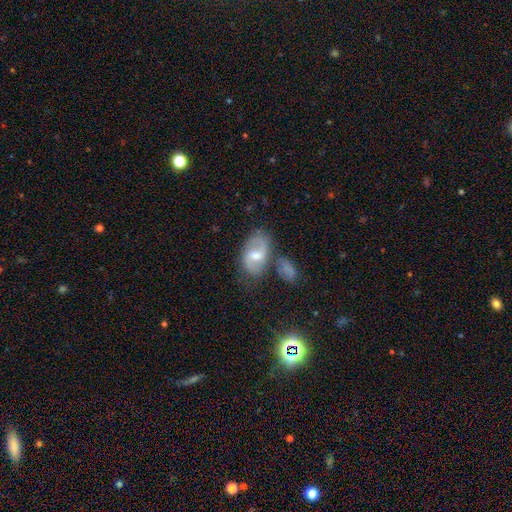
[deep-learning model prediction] Smooth or featured? Predicted: featured or disk (p=0.66). Edge-on disk? Predicted: no (p=0.95). Bar? Predicted: weak (p=0.54). Spiral arms? Predicted: yes (p=0.85). Spiral winding? Predicted: medium (p=0.47). Spiral arm count? Predicted: 2 (p=0.85). Bulge size? Predicted: moderate (p=0.63). Merging? Predicted: none (p=0.61).